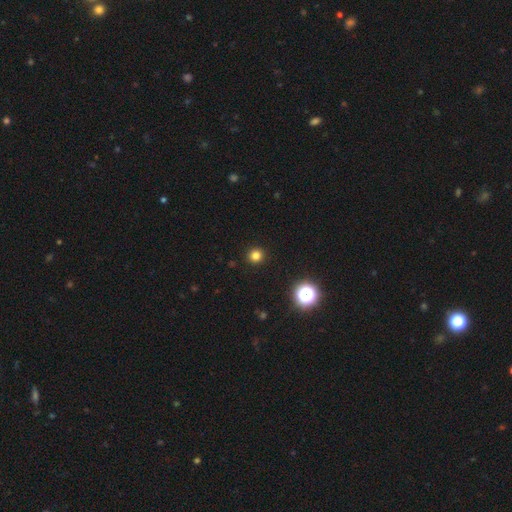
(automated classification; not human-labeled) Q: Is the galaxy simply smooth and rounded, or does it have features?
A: smooth — 79%.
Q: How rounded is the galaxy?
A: round — 94%.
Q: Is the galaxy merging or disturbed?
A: none — 93%.